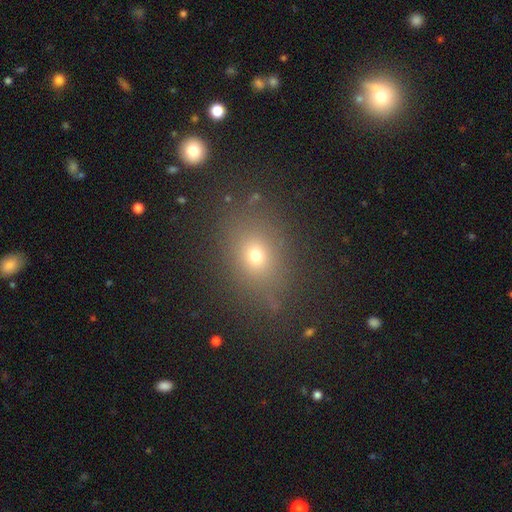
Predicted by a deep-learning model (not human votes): smooth-or-featured: smooth: 67% | star or artifact: 21% | featured or disk: 12%
  how-rounded: in between: 55% | round: 43% | cigar-shaped: 2%
  merging: none: 82% | minor disturbance: 11% | major disturbance: 5% | merger: 2%